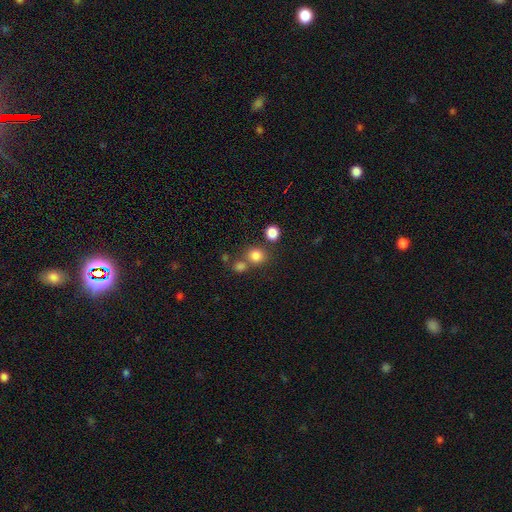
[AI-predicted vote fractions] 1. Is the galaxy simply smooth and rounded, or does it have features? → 80% smooth, 14% star or artifact, 6% featured or disk.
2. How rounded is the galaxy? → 84% round, 16% in between, 1% cigar-shaped.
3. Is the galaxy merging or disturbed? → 66% none, 22% merger, 8% minor disturbance, 4% major disturbance.